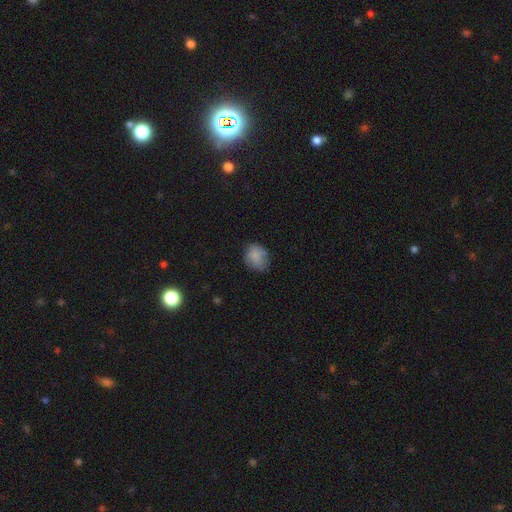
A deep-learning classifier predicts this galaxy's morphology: smooth-or-featured: smooth: 82% | star or artifact: 9% | featured or disk: 9%
  how-rounded: round: 53% | in between: 46% | cigar-shaped: 1%
  merging: none: 67% | minor disturbance: 25% | major disturbance: 7% | merger: 1%